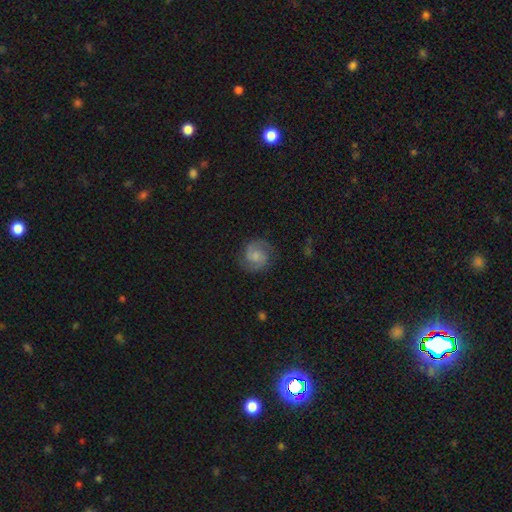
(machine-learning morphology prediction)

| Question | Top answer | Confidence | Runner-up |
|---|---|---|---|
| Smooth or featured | featured or disk | 75% | smooth (18%) |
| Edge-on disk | no | 98% | yes (2%) |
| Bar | no | 53% | weak (40%) |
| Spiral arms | yes | 96% | no (4%) |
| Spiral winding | medium | 51% | tight (34%) |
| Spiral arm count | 2 | 91% | can't tell (4%) |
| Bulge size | small | 34% | none (32%) |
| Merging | none | 81% | minor disturbance (13%) |